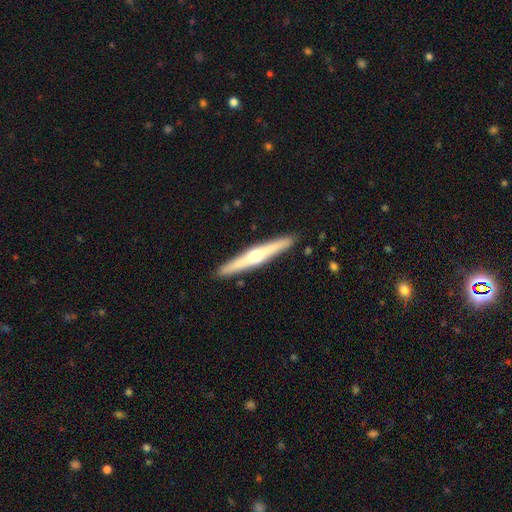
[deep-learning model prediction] The model was most divided on "smooth or featured": featured or disk: 67%, smooth: 27%, star or artifact: 5%. More confident: edge-on disk — yes (97%); merging — none (92%); edge-on bulge — rounded (90%).